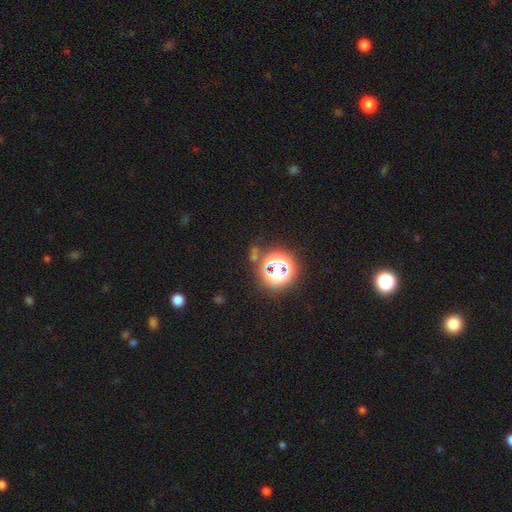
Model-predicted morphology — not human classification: Smooth or featured: star or artifact — 67% (smooth — 24%)